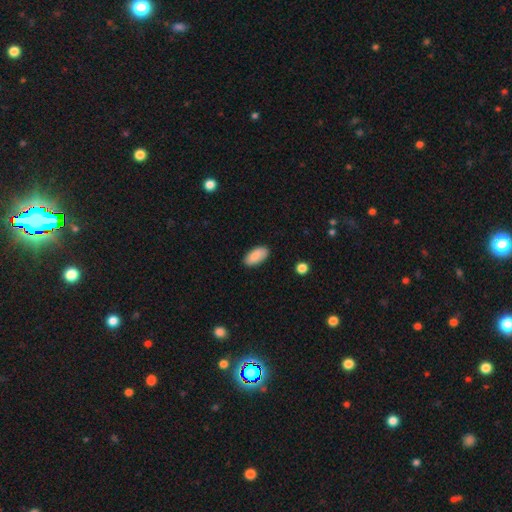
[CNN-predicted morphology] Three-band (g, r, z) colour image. It shows a smooth galaxy with no disk features (88%) that is in between round and cigar-shaped (93%). Merging: none (87%).